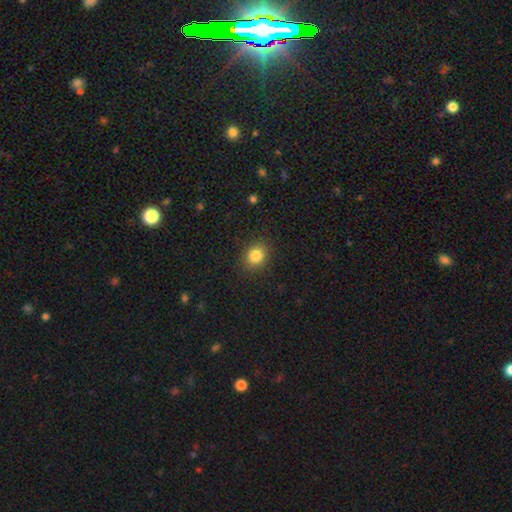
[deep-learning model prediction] Smooth or featured?
  - smooth: 84% *
  - star or artifact: 11%
  - featured or disk: 5%
How rounded?
  - round: 64% *
  - in between: 35%
  - cigar-shaped: 1%
Merging?
  - none: 88% *
  - minor disturbance: 8%
  - major disturbance: 3%
  - merger: 1%